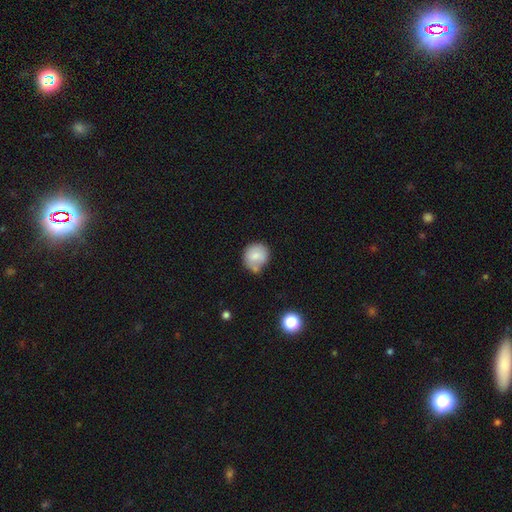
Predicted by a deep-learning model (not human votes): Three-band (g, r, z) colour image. It shows a smooth galaxy with no disk features (79%) that is round (83%). Merging: none (54%).